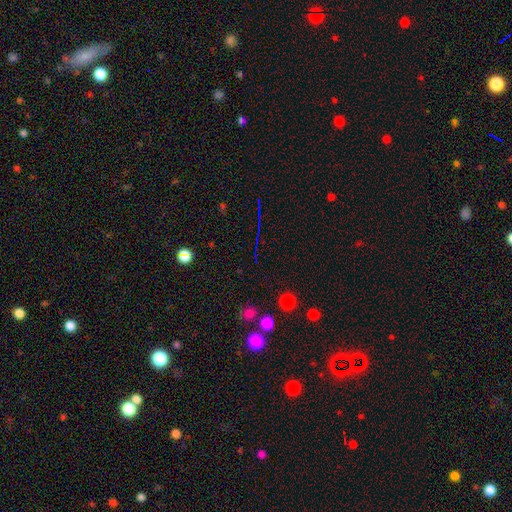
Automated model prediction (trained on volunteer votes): star or artifact 64%, smooth 25%, featured or disk 11%.